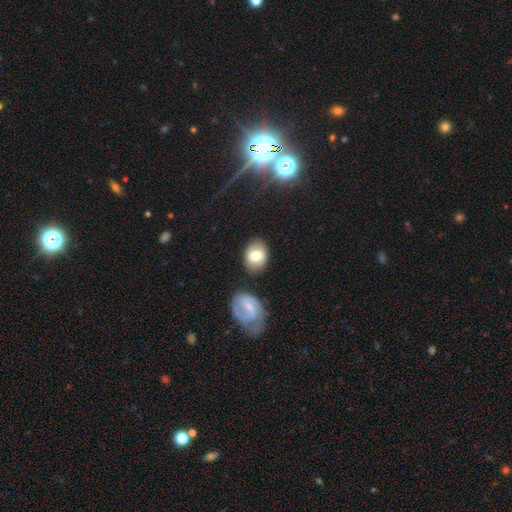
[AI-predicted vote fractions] A smooth galaxy with no disk features (73%) that is in between round and cigar-shaped (67%).

Vote fractions:
- Smooth or featured? smooth: 73% / featured or disk: 20% / star or artifact: 7%
- How rounded? in between: 67% / round: 31% / cigar-shaped: 1%
- Merging? none: 75% / minor disturbance: 14% / merger: 7% / major disturbance: 4%